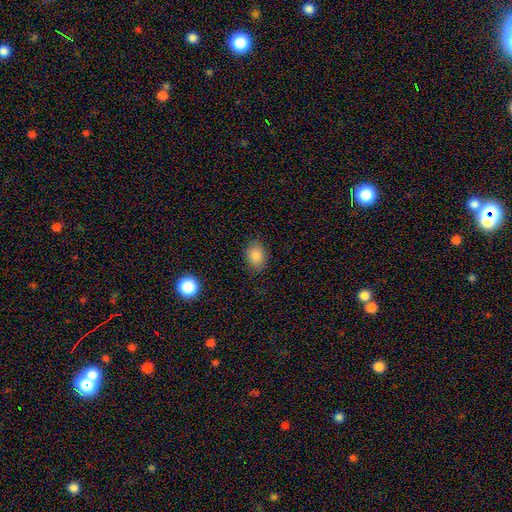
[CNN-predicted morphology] smooth 85%, star or artifact 9%, featured or disk 6%. Down the decision tree: how rounded — in between (71%); merging — none (86%).